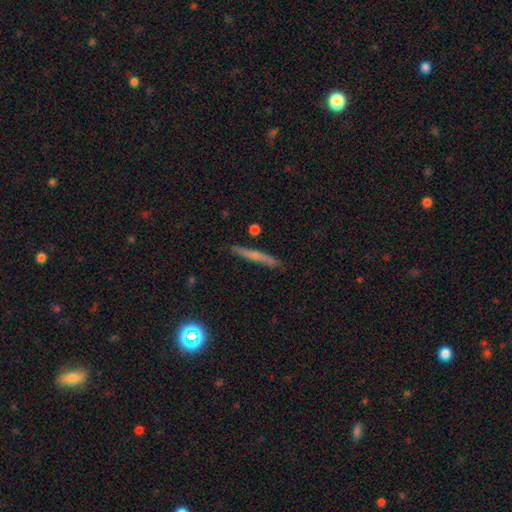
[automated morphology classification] This is possibly a smooth galaxy (50%). Merging: clearly none (87%).